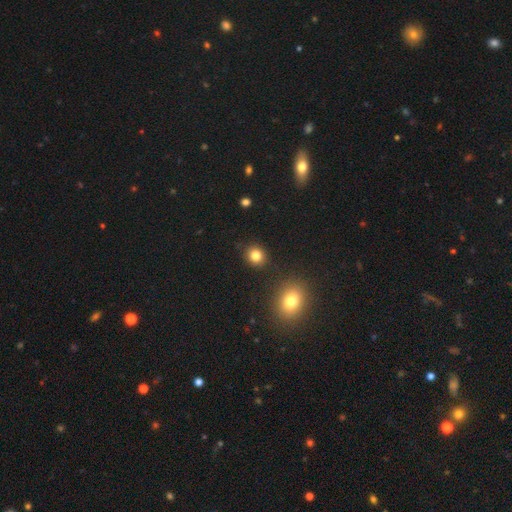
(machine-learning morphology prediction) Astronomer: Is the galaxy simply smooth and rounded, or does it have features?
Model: smooth — 82%.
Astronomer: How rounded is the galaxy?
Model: round — 80%.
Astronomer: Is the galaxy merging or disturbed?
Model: none — 89%.